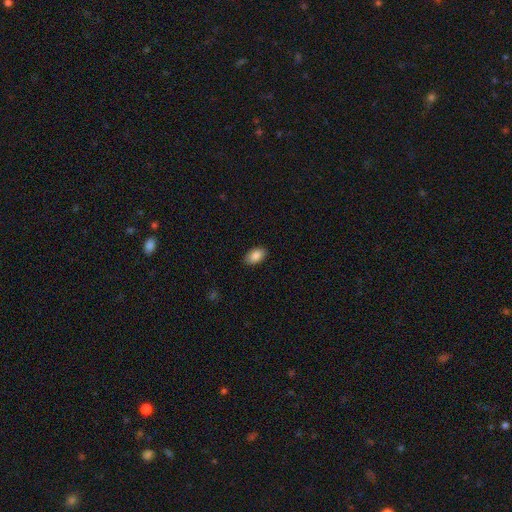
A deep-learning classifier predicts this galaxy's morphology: Q: Smooth or featured?
A: smooth (88%); runner-up: star or artifact (7%)
Q: How rounded?
A: in between (92%); runner-up: round (7%)
Q: Merging?
A: none (89%); runner-up: minor disturbance (8%)